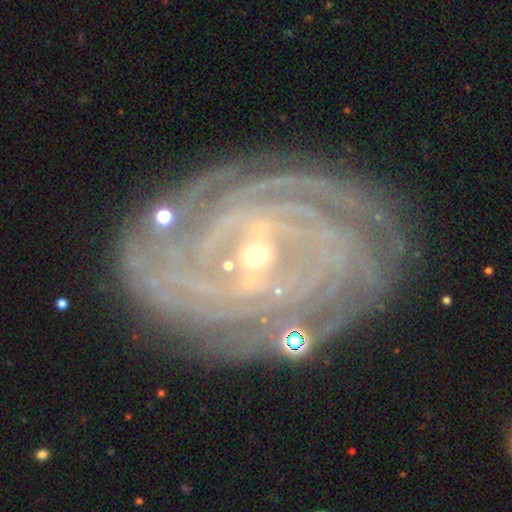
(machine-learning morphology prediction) A featured or disk galaxy (90%) with a weak bar (35%, tied with no), 4 (27%) tight (82%) spiral arms (98%) and a small central bulge (82%). Merging: none (74%).